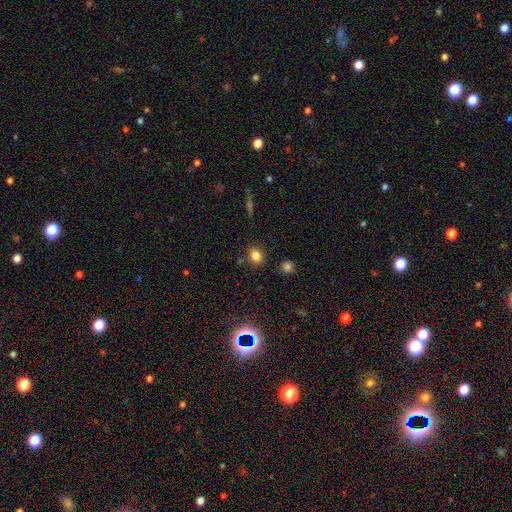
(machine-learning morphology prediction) The model was most divided on "how rounded": round: 67%, in between: 31%, cigar-shaped: 1%. More confident: merging — none (85%); smooth or featured — smooth (82%).